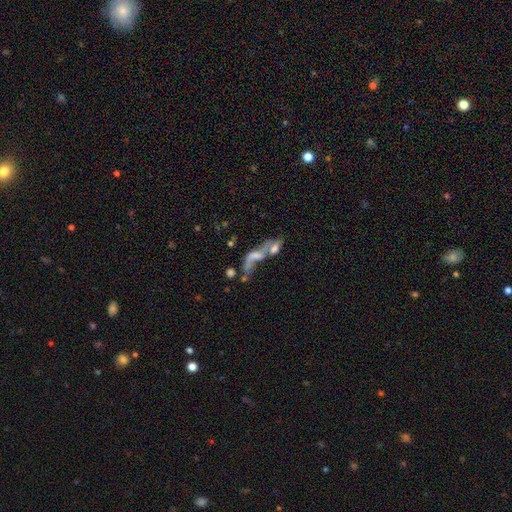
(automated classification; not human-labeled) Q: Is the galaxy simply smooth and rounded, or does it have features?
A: featured or disk — 52%.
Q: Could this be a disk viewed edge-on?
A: no — 85%.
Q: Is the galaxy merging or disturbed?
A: merger — 58%.